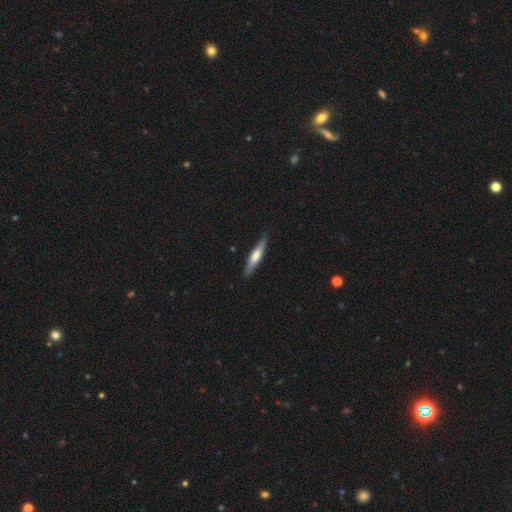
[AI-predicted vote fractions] A smooth galaxy with no disk features (51%) that is cigar-shaped (88%). Merging: none (86%).